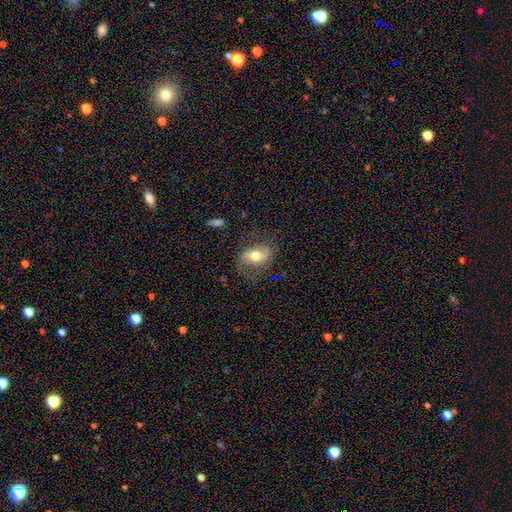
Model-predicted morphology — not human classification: featured or disk 53%, smooth 39%, star or artifact 8%. Down the decision tree: edge-on disk — no (92%); merging — none (65%).